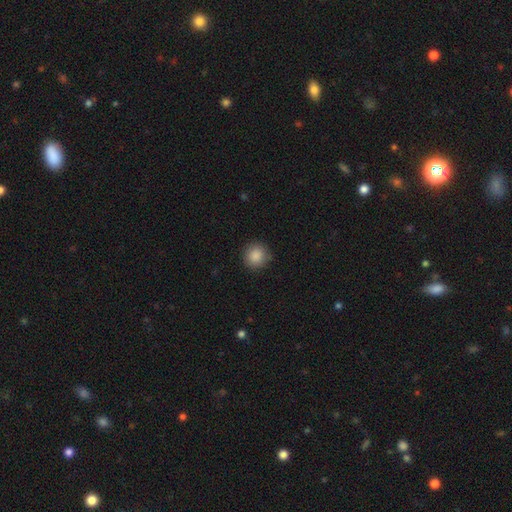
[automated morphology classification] Overall: smooth (87%). How rounded: round (93%). Merging: none (88%).